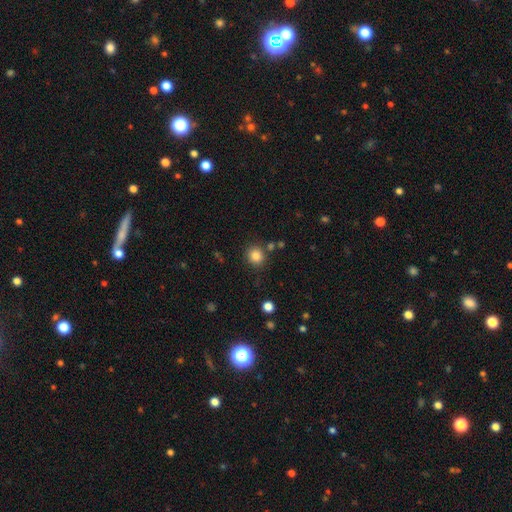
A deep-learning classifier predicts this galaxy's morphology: A smooth galaxy with no disk features (84%) that is round (88%). Merging: none (83%).